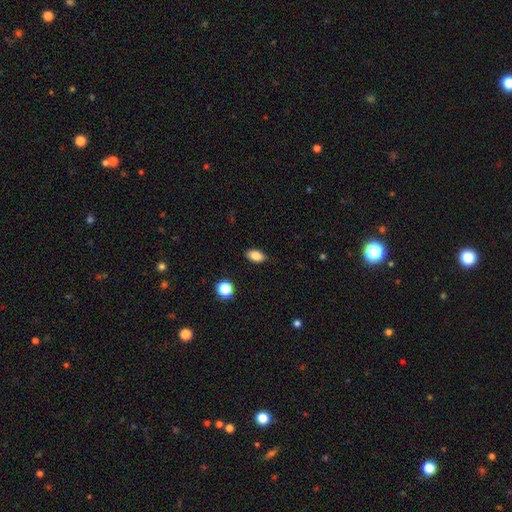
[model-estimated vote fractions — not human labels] Morphology: type=smooth (84%); roundness=in between (89%); merging=none (87%).